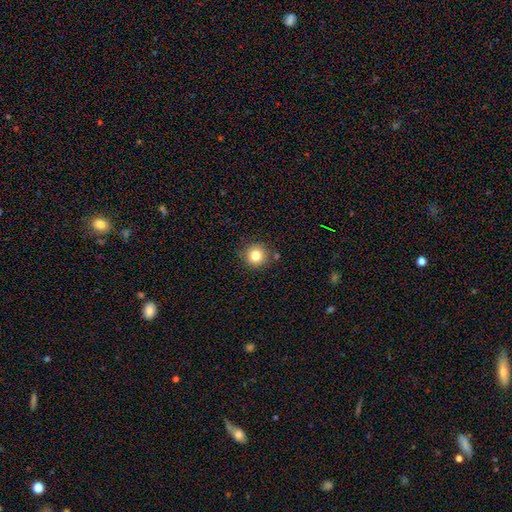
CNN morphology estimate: smooth_or_featured: smooth (p=0.81) [alt: star or artifact p=0.12]
how_rounded: round (p=0.93) [alt: in between p=0.06]
merging: none (p=0.83) [alt: minor disturbance p=0.09]